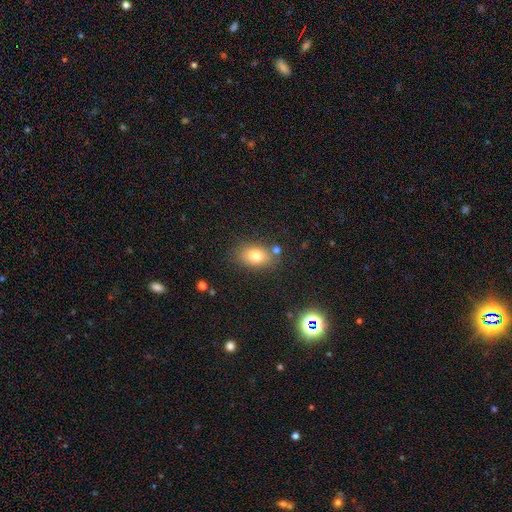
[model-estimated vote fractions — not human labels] This appears to be a smooth galaxy with no disk features (76%) that is in between round and cigar-shaped (78%). Merging: none (77%).